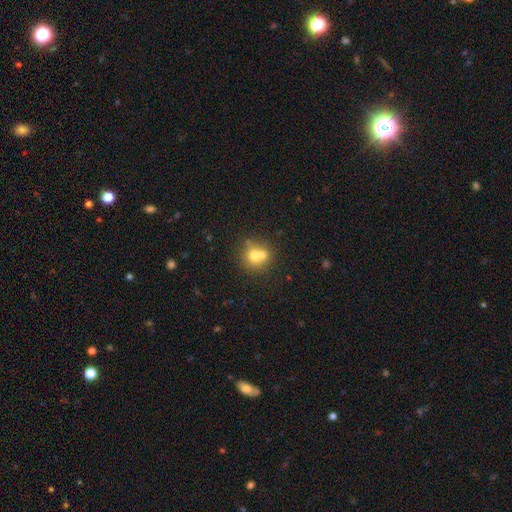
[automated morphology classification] type=smooth (67%); roundness=round (85%); merging=merger (47%).